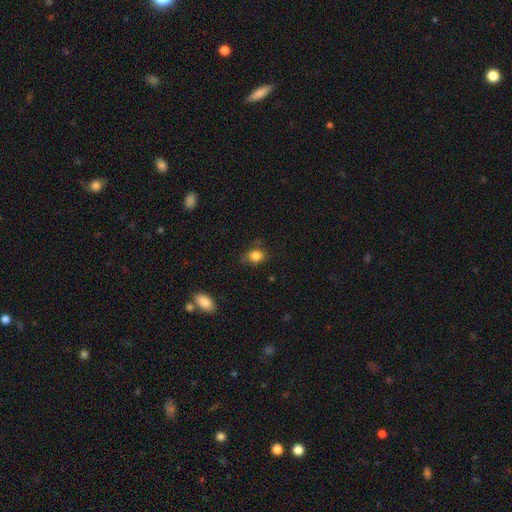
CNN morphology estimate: Smooth or featured? Predicted: smooth (p=0.83). How rounded? Predicted: in between (p=0.56). Merging? Predicted: none (p=0.70).